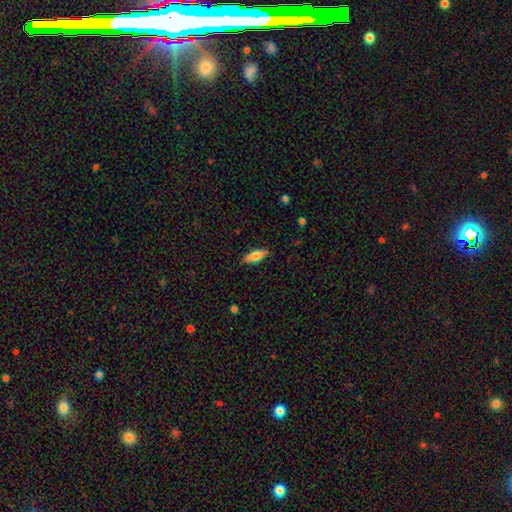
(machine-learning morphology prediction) This is likely a smooth galaxy (74%). How rounded: likely in between (73%). Merging: clearly none (87%).